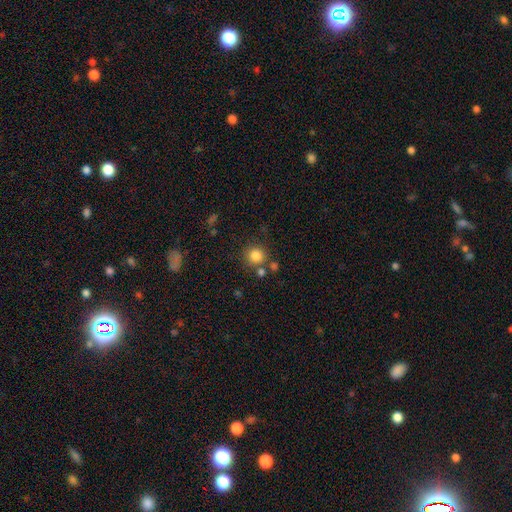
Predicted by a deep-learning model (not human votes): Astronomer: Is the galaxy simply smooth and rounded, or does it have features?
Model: smooth — 83%.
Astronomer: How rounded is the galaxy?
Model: round — 92%.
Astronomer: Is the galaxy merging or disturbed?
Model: none — 76%.